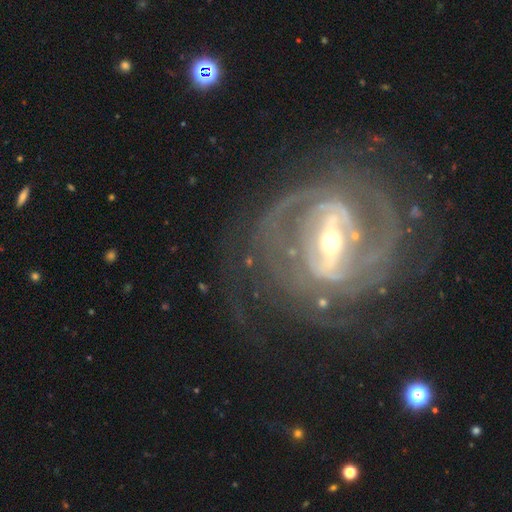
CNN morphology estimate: A featured or disk galaxy (90%) with a strong bar (74%), 2 (38%) tight (58%) spiral arms (93%) and a moderate central bulge (46%). Merging: none (72%).